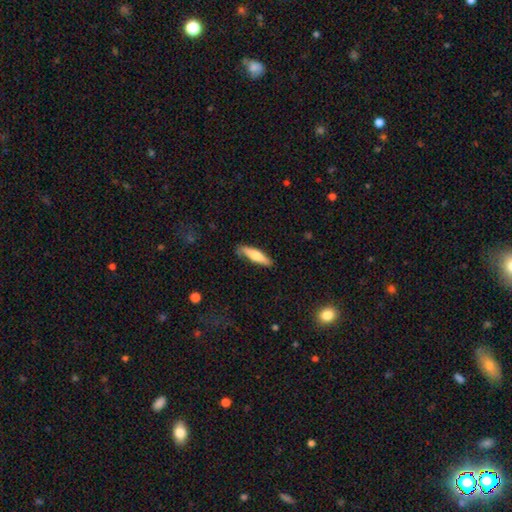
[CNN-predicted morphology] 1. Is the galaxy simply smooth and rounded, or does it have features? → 66% smooth, 29% featured or disk, 5% star or artifact.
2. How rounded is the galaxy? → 72% cigar-shaped, 27% in between, 2% round.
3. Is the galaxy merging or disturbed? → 79% none, 16% minor disturbance, 3% major disturbance, 2% merger.